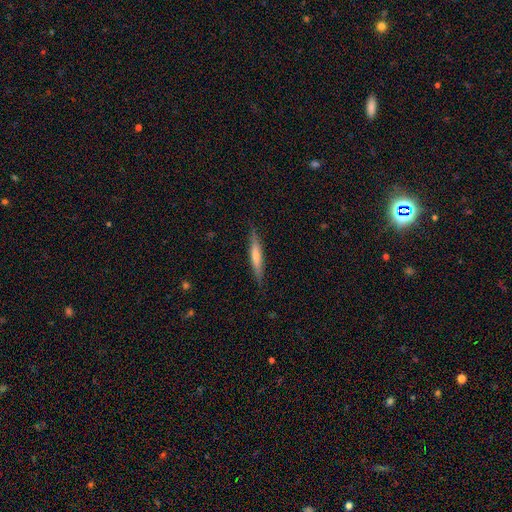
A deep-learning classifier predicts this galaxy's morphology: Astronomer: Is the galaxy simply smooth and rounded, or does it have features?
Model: featured or disk — 57% (runner-up: smooth, 37%).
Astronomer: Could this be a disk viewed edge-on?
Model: yes — 95%.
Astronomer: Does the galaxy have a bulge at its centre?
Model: rounded — 61%.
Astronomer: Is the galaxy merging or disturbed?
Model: none — 88%.